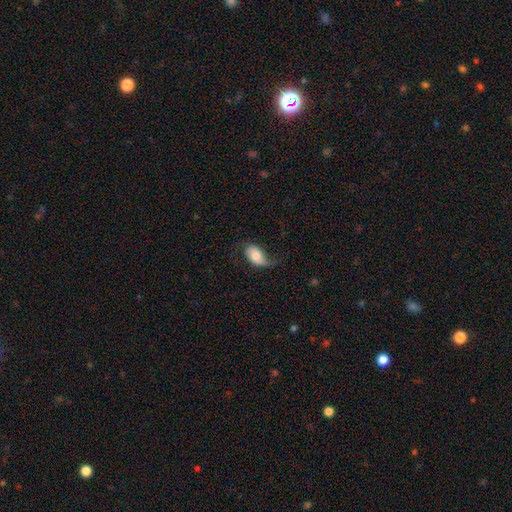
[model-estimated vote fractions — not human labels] A smooth galaxy with no disk features (56%) that is in between round and cigar-shaped (90%). Merging: none (46%).